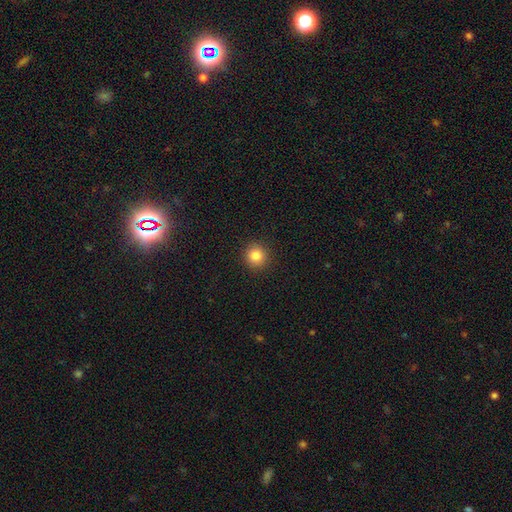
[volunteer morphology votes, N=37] smooth_or_featured: smooth (p=0.95) [alt: star or artifact p=0.05]
how_rounded: round (p=0.91) [alt: in between p=0.06]
merging: none (p=0.89) [alt: minor disturbance p=0.09]